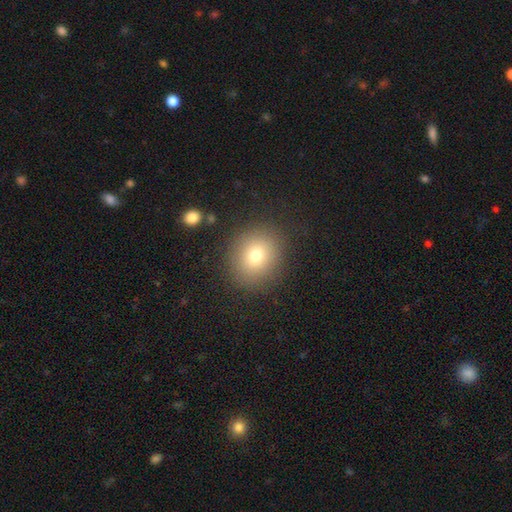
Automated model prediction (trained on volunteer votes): This is likely a smooth galaxy (74%). How rounded: clearly round (81%). Merging: clearly none (87%).